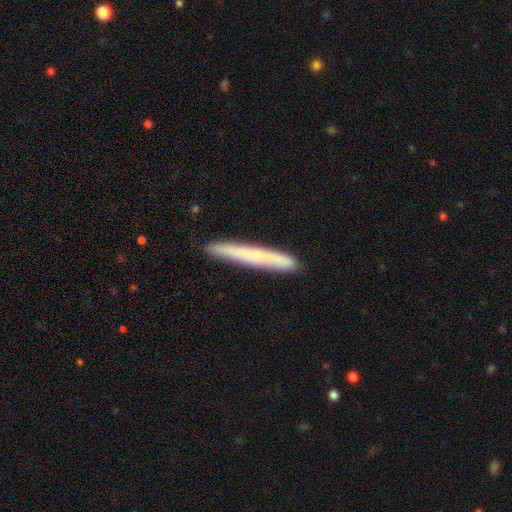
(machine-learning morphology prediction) A smooth galaxy with no disk features (55%) that is cigar-shaped (97%). Merging: none (90%).